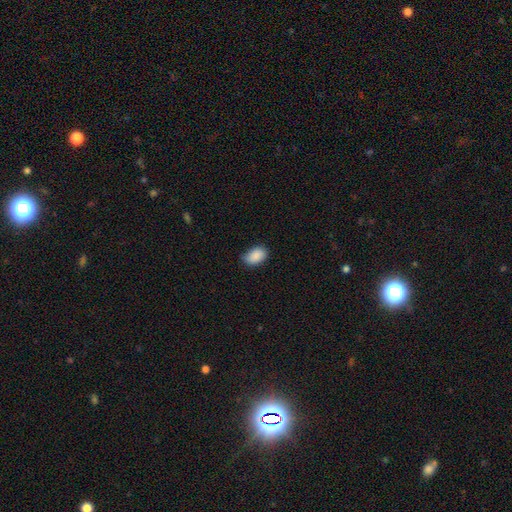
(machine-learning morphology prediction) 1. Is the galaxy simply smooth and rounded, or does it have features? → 89% smooth, 7% star or artifact, 4% featured or disk.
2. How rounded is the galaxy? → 88% in between, 11% round, 1% cigar-shaped.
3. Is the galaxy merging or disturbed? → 73% none, 23% minor disturbance, 3% major disturbance, 1% merger.